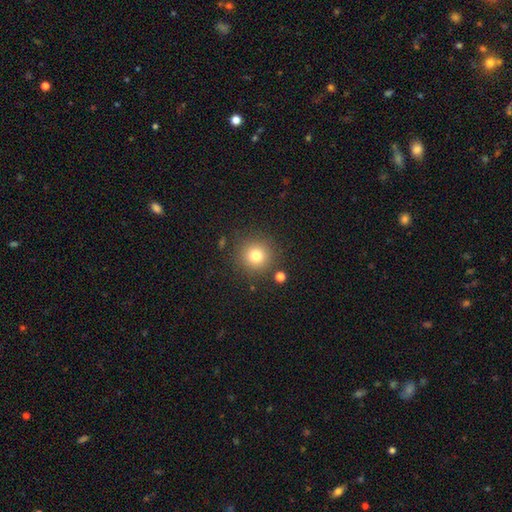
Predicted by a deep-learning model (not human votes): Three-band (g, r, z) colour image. It shows a smooth galaxy with no disk features (79%) that is round (94%). Merging: none (86%).